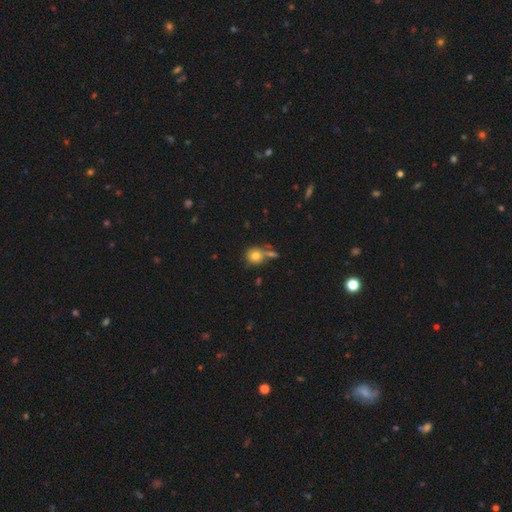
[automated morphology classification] Overall: smooth (79%). How rounded: round (84%). Merging: none (55%; merger 25%).